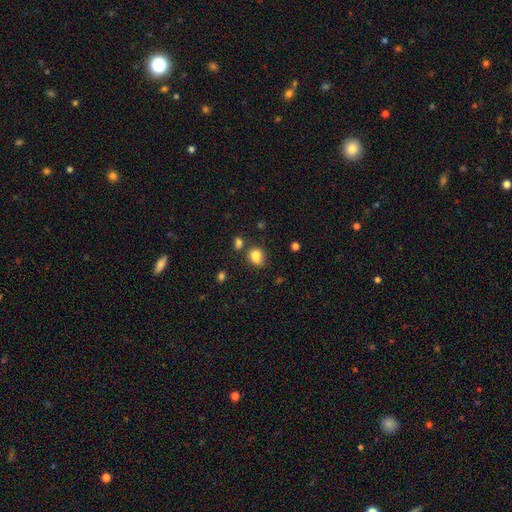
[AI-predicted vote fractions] Overall: smooth (84%). How rounded: round (53%; in between 46%). Merging: none (65%).